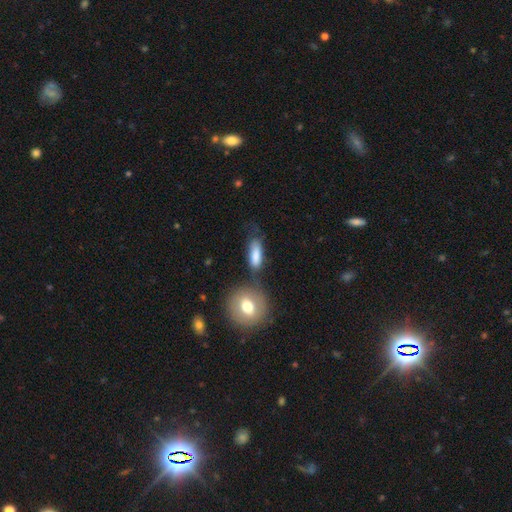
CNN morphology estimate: A smooth galaxy with no disk features (82%) that is in between round and cigar-shaped (66%).

Vote fractions:
- Smooth or featured? smooth: 82% / featured or disk: 11% / star or artifact: 7%
- How rounded? in between: 66% / cigar-shaped: 28% / round: 5%
- Merging? none: 53% / minor disturbance: 20% / merger: 19% / major disturbance: 8%